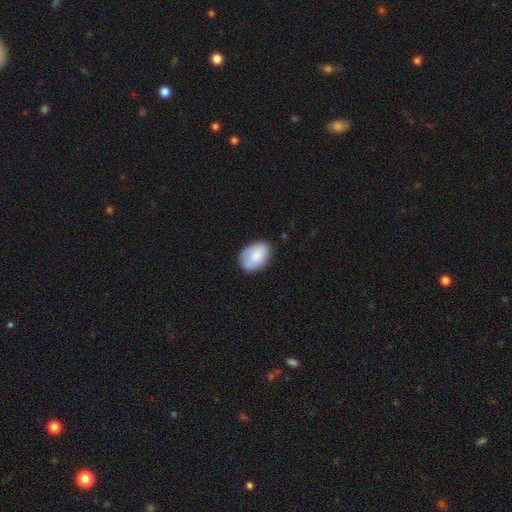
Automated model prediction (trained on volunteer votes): Overall: smooth (82%). How rounded: in between (83%). Merging: none (75%).